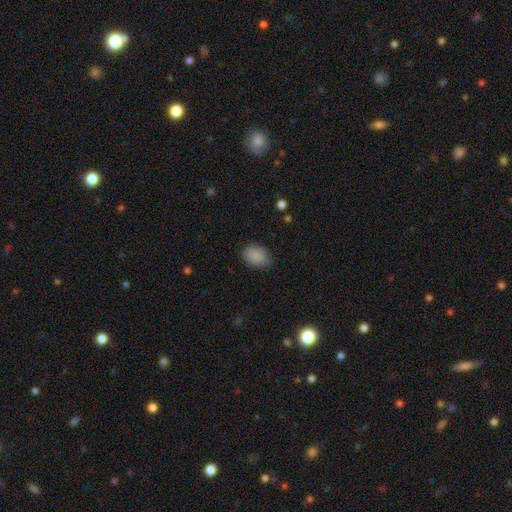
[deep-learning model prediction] Morphology: type=smooth (86%); roundness=in between (78%); merging=none (76%).